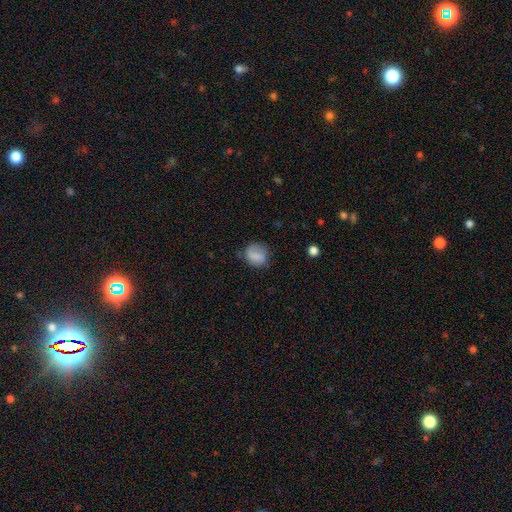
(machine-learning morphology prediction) Smooth or featured?
  - smooth: 75% *
  - featured or disk: 16%
  - star or artifact: 9%
How rounded?
  - round: 66% *
  - in between: 33%
  - cigar-shaped: 1%
Merging?
  - none: 63% *
  - minor disturbance: 25%
  - major disturbance: 10%
  - merger: 2%